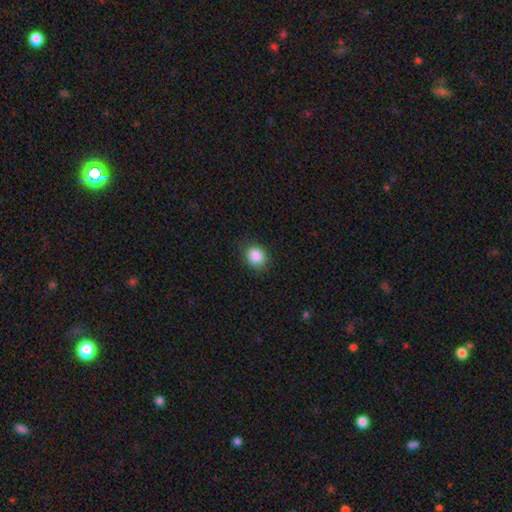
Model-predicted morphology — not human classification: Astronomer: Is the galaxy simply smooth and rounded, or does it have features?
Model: smooth — 87%.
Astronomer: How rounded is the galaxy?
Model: round — 72%.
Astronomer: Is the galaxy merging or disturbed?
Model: none — 86%.